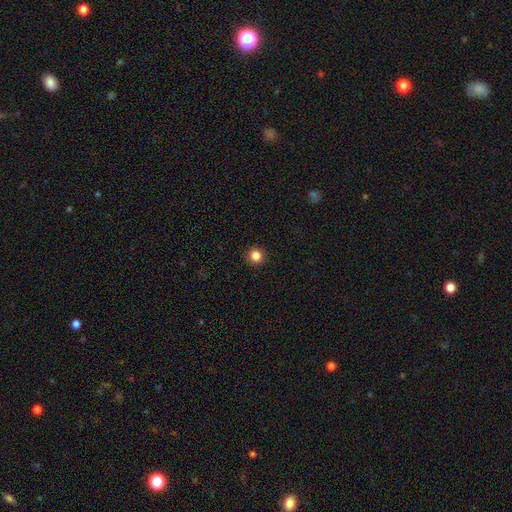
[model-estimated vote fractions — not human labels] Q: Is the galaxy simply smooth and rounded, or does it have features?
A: smooth — 85%.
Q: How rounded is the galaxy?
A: round — 95%.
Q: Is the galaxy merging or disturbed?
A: none — 93%.